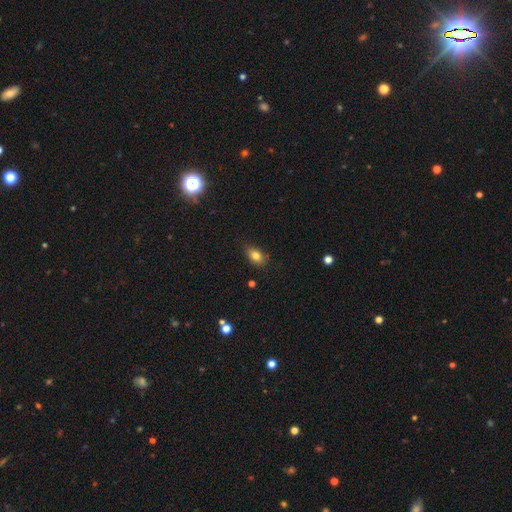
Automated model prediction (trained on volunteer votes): smooth_or_featured: smooth (p=0.81) [alt: star or artifact p=0.10]
how_rounded: in between (p=0.84) [alt: round p=0.14]
merging: none (p=0.81) [alt: minor disturbance p=0.15]